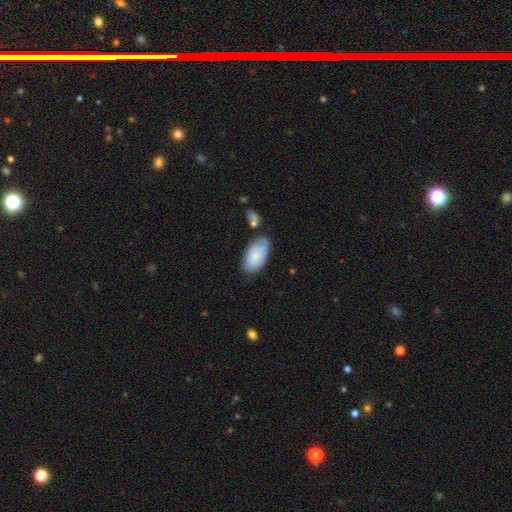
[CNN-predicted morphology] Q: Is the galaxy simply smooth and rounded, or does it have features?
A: smooth — 79%.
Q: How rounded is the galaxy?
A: in between — 95%.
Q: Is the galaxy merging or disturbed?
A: none — 61%.